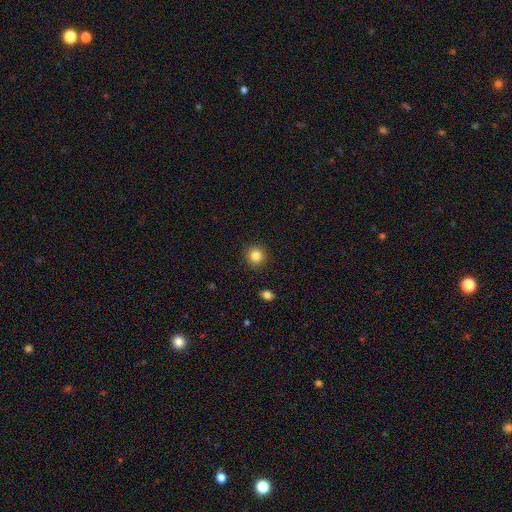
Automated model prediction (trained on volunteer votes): smooth-or-featured: smooth: 83% | star or artifact: 11% | featured or disk: 6%
  how-rounded: round: 92% | in between: 7% | cigar-shaped: 1%
  merging: none: 91% | minor disturbance: 6% | major disturbance: 2% | merger: 1%